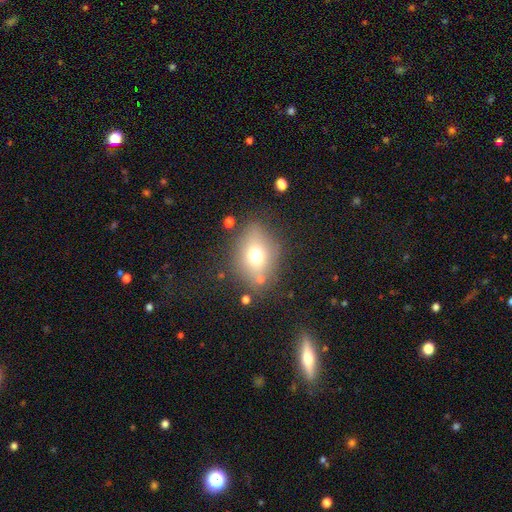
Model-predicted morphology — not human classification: Smooth or featured?
  - smooth: 66% *
  - featured or disk: 20%
  - star or artifact: 14%
How rounded?
  - in between: 57% *
  - round: 41%
  - cigar-shaped: 2%
Merging?
  - none: 74% *
  - minor disturbance: 14%
  - major disturbance: 6%
  - merger: 6%